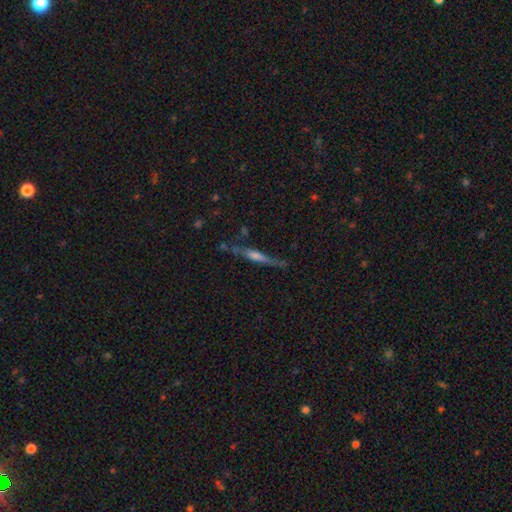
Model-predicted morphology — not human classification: smooth_or_featured: featured or disk (p=0.72) [alt: smooth p=0.18]
disk_edge_on: yes (p=0.96) [alt: no p=0.04]
edge_on_bulge: rounded (p=0.60) [alt: boxy p=0.21]
merging: none (p=0.80) [alt: minor disturbance p=0.14]